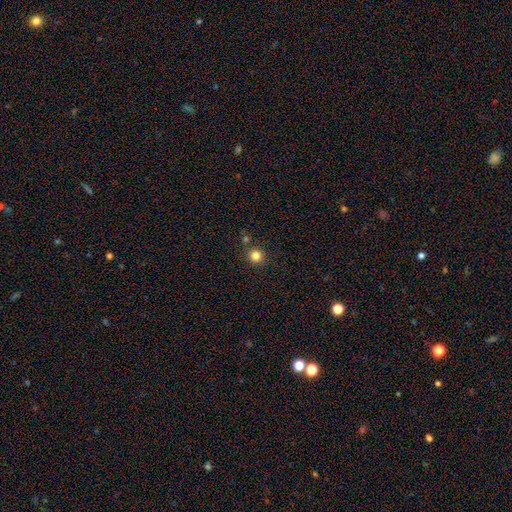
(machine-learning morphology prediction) Smooth or featured? Predicted: smooth (p=0.82). How rounded? Predicted: round (p=0.94). Merging? Predicted: none (p=0.84).